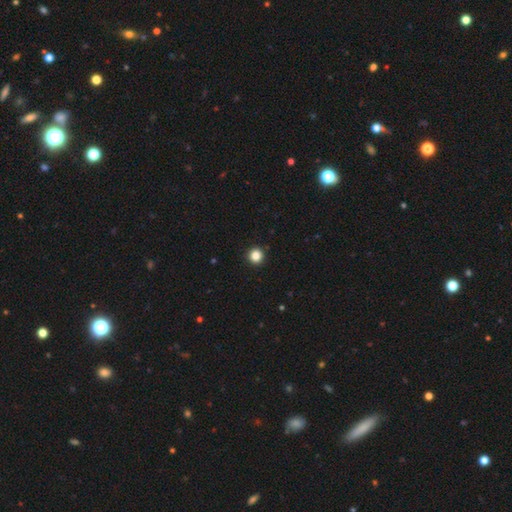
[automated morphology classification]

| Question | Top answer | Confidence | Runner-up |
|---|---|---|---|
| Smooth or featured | smooth | 84% | star or artifact (12%) |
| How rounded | round | 96% | in between (3%) |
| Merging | none | 94% | minor disturbance (4%) |